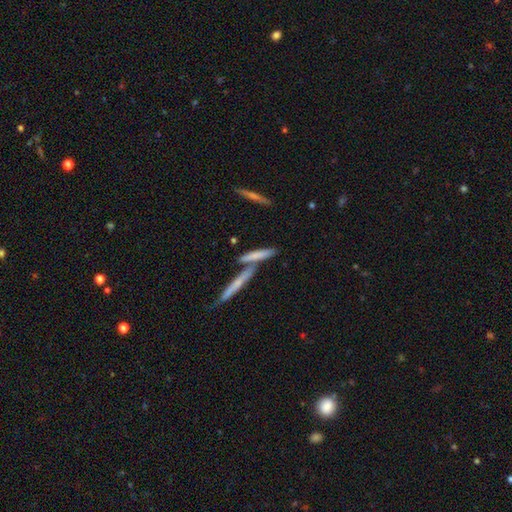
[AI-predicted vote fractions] Smooth or featured? smooth (63%)
How rounded? cigar-shaped (84%)
Merging? none (58%)